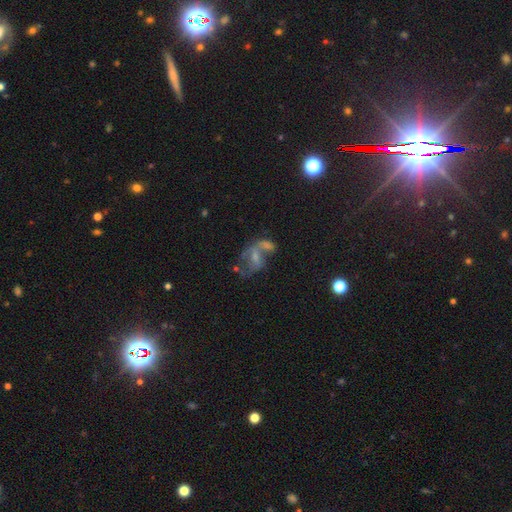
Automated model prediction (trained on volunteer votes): A featured or disk galaxy (57%) with no bar (48%), spiral arms (55%) and a small central bulge (44%). Merging: merger (34%).